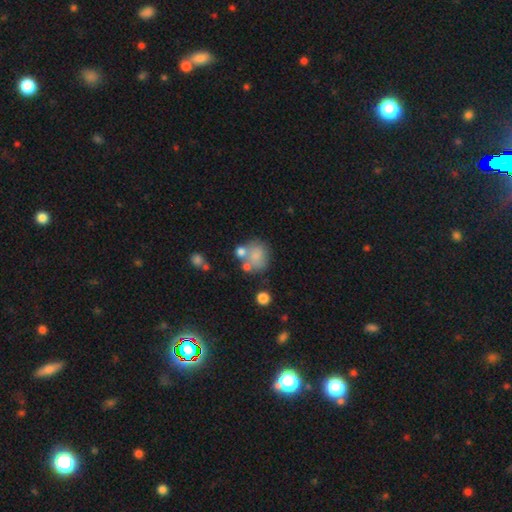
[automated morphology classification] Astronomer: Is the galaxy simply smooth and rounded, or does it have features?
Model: smooth — 69%.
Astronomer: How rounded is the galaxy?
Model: round — 73%.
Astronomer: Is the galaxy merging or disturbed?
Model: none — 46% (runner-up: merger, 26%).